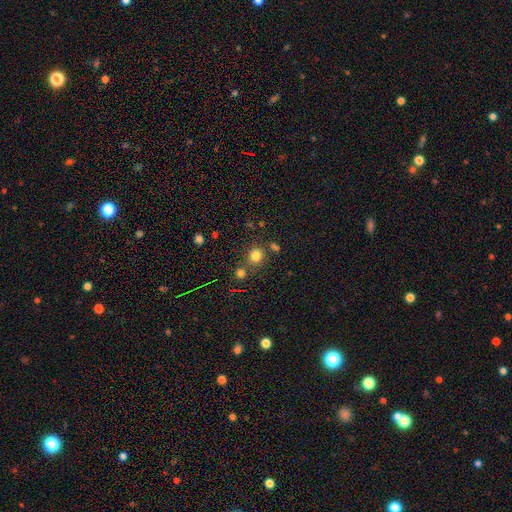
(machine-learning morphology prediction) type=smooth (79%); roundness=round (85%); merging=none (72%).